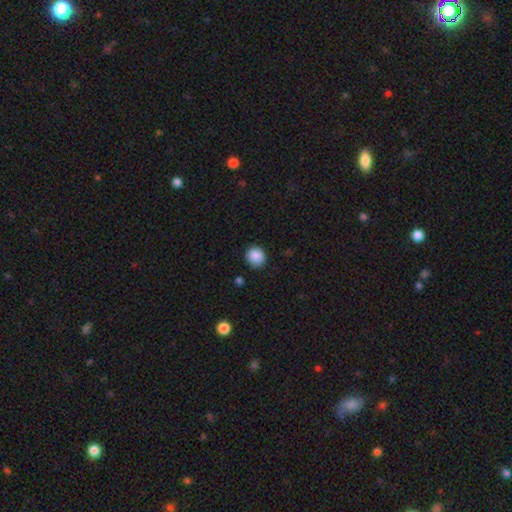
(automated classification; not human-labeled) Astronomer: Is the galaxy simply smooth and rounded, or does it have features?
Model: smooth — 88%.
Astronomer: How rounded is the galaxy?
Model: round — 85%.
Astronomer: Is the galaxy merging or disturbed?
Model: none — 88%.